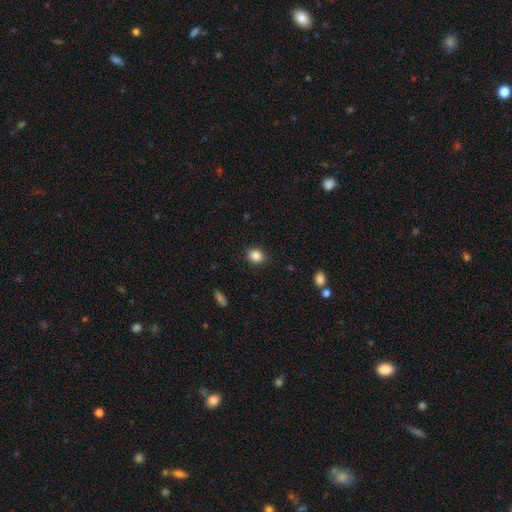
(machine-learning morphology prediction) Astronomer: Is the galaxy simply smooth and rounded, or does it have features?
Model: smooth — 86%.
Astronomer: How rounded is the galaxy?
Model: round — 67%.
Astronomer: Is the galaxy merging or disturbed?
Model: none — 90%.